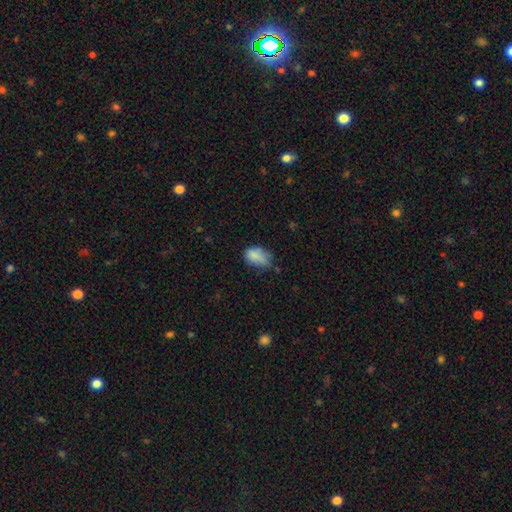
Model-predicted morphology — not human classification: Smooth or featured? smooth (82%)
How rounded? in between (88%)
Merging? minor disturbance (41%, tied with none)